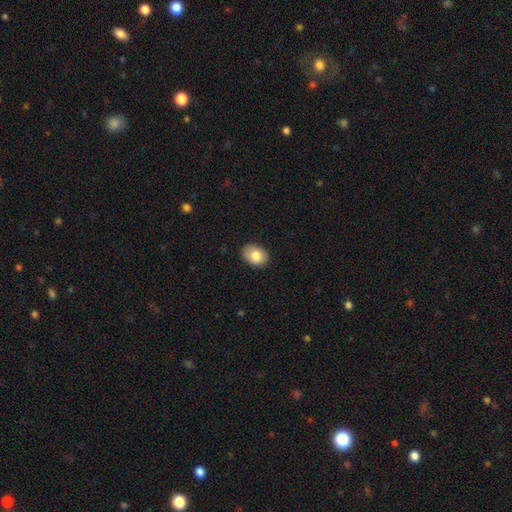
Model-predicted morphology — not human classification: A smooth galaxy with no disk features (81%) that is in between round and cigar-shaped (78%).

Vote fractions:
- Smooth or featured? smooth: 81% / featured or disk: 12% / star or artifact: 7%
- How rounded? in between: 78% / round: 21% / cigar-shaped: 1%
- Merging? none: 88% / minor disturbance: 9% / major disturbance: 2% / merger: 1%